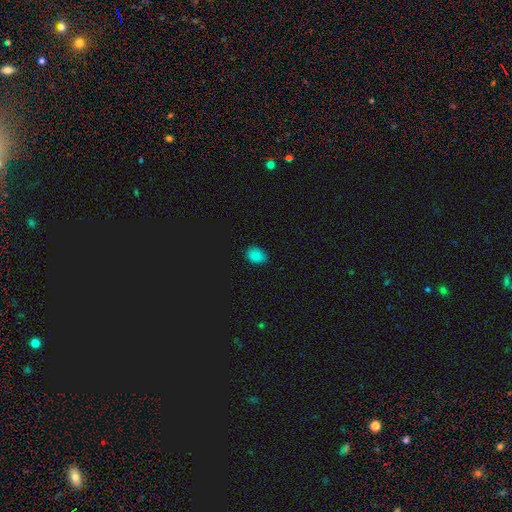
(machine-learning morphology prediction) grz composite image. It shows a smooth galaxy with no disk features (80%) that is in between round and cigar-shaped (68%). Merging: none (80%).